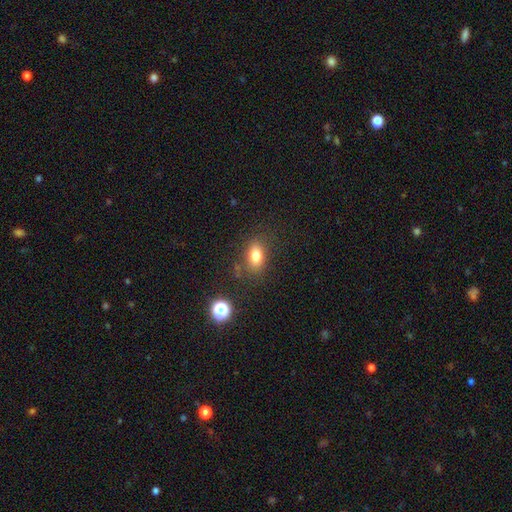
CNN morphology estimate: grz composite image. It shows a smooth galaxy with no disk features (78%) that is in between round and cigar-shaped (80%). Merging: none (78%).